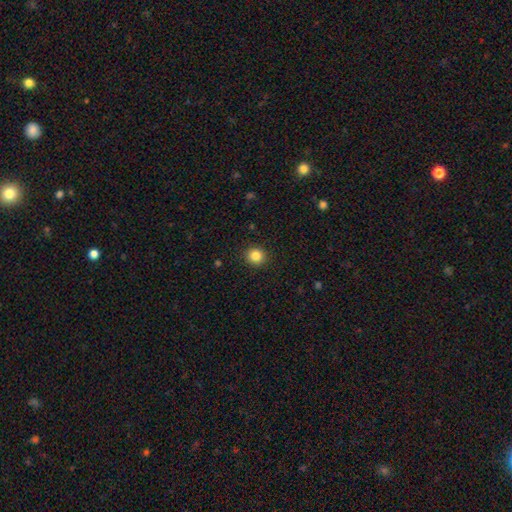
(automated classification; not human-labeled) Q: Smooth or featured?
A: smooth (84%); runner-up: star or artifact (11%)
Q: How rounded?
A: round (91%); runner-up: in between (8%)
Q: Merging?
A: none (92%); runner-up: minor disturbance (5%)